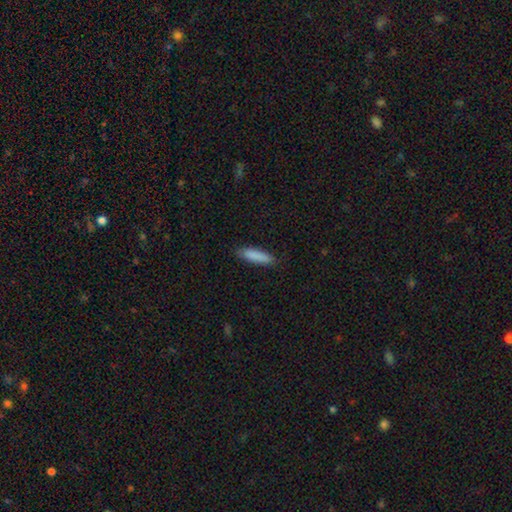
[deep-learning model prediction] Smooth or featured: smooth — 88% (featured or disk — 6%)
How rounded: cigar-shaped — 70% (in between — 29%)
Merging: none — 86% (minor disturbance — 11%)